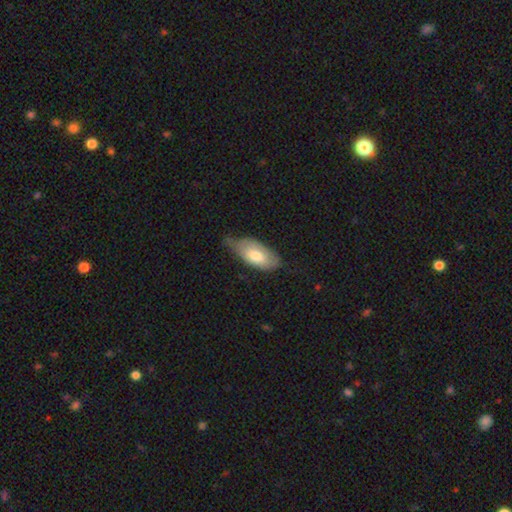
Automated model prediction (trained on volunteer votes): This appears to be a smooth galaxy with no disk features (72%) that is in between round and cigar-shaped (89%). Merging: minor disturbance (45%).